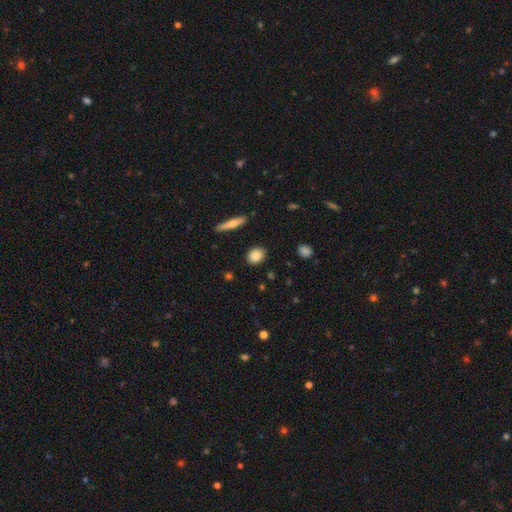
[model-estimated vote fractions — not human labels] A smooth galaxy with no disk features (85%) that is in between round and cigar-shaped (50%). Merging: none (88%).